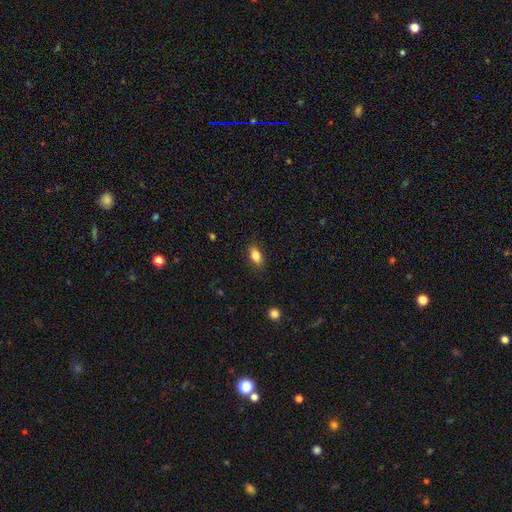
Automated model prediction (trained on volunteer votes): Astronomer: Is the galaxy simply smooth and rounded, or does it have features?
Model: smooth — 83%.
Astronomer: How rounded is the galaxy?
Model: in between — 87%.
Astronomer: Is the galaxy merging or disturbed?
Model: none — 84%.